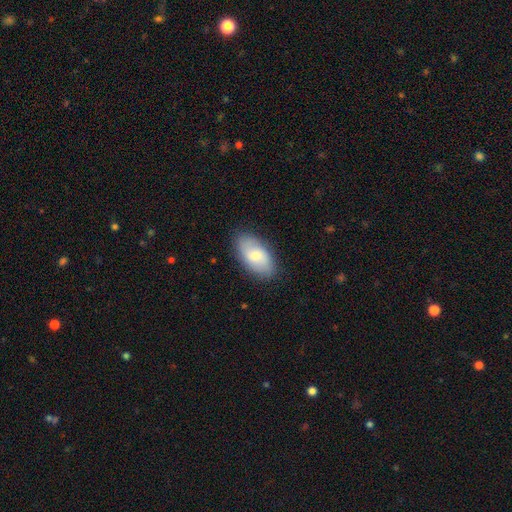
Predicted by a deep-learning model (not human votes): Smooth or featured?
  - smooth: 68% *
  - featured or disk: 26%
  - star or artifact: 6%
How rounded?
  - in between: 93% *
  - cigar-shaped: 3%
  - round: 3%
Merging?
  - none: 85% *
  - minor disturbance: 12%
  - major disturbance: 3%
  - merger: 1%